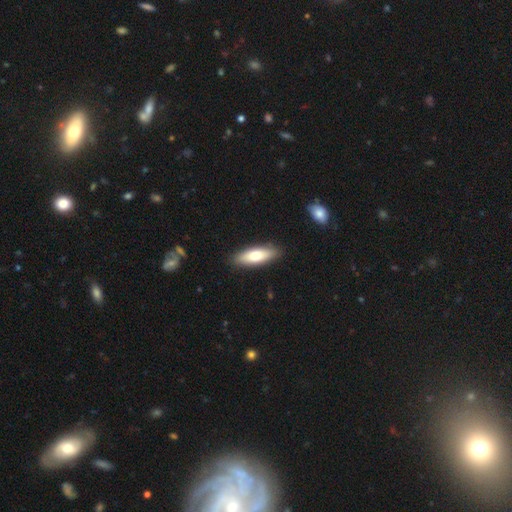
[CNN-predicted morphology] Overall: smooth (71%). How rounded: in between (56%; cigar-shaped 42%). Merging: none (88%).